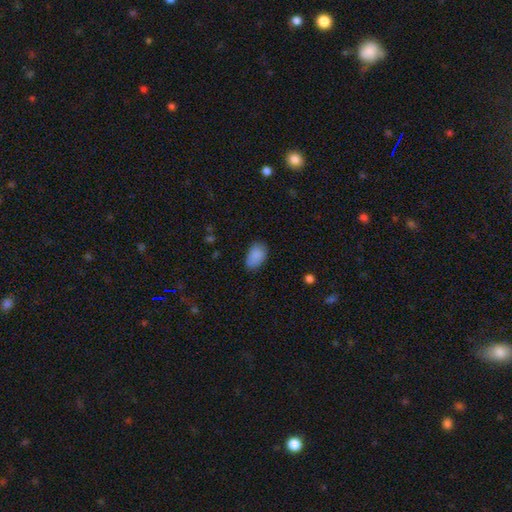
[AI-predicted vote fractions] Smooth or featured? smooth (88%)
How rounded? in between (89%)
Merging? none (77%)